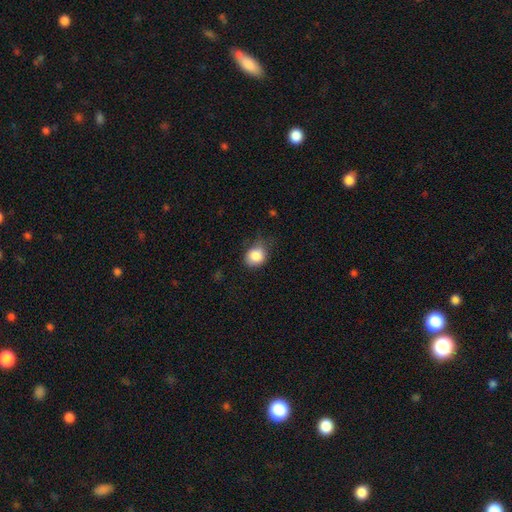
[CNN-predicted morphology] type=smooth (85%); roundness=round (63%); merging=none (54%).